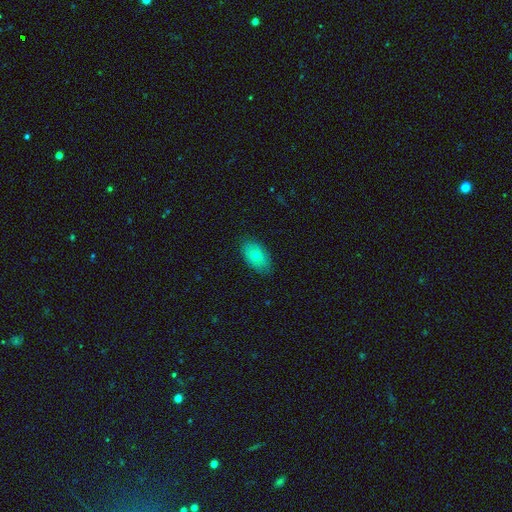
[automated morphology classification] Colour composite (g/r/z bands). It shows a smooth galaxy with no disk features (72%) that is in between round and cigar-shaped (91%). Merging: none (85%).